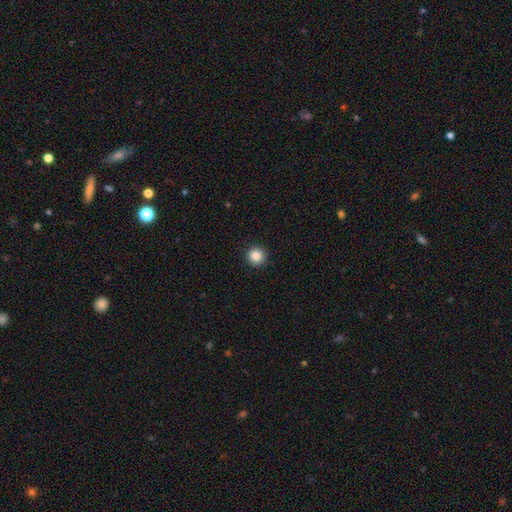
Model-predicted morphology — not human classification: Smooth or featured?
  - smooth: 86% *
  - star or artifact: 10%
  - featured or disk: 4%
How rounded?
  - round: 95% *
  - in between: 4%
  - cigar-shaped: 1%
Merging?
  - none: 93% *
  - minor disturbance: 5%
  - major disturbance: 2%
  - merger: 1%